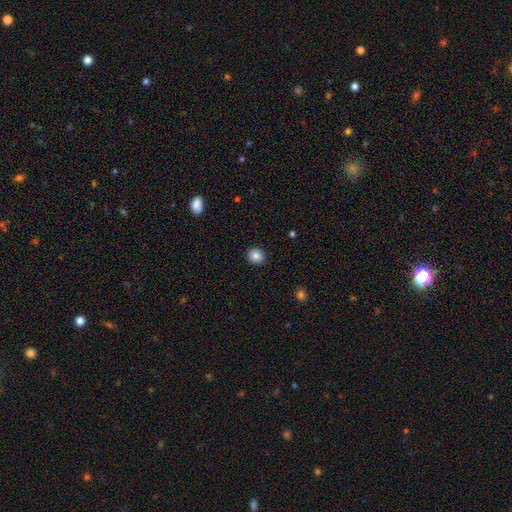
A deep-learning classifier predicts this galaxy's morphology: Smooth or featured? Predicted: smooth (p=0.84). How rounded? Predicted: round (p=0.81). Merging? Predicted: none (p=0.91).